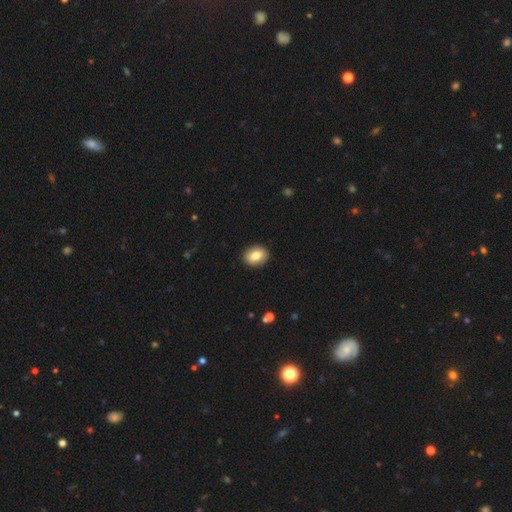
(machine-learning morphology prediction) type=smooth (80%); roundness=in between (50%); merging=none (91%).